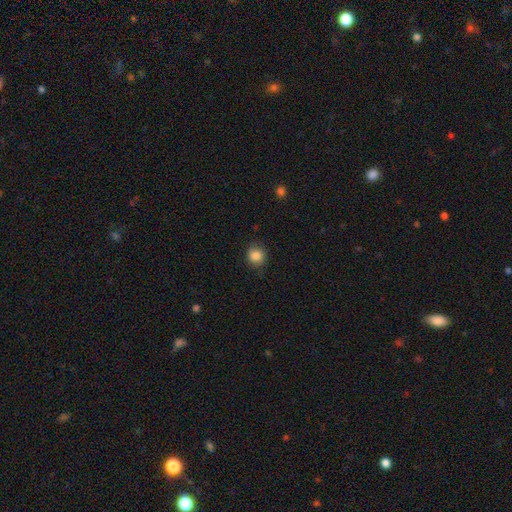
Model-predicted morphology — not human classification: Smooth or featured? smooth (85%)
How rounded? round (81%)
Merging? none (82%)